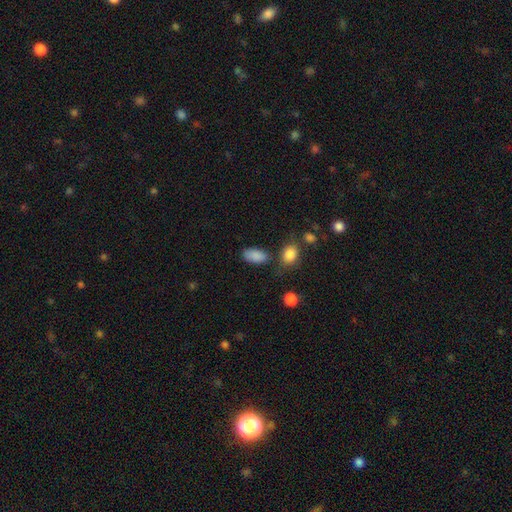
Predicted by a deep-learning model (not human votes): Smooth or featured: smooth — 88% (star or artifact — 8%)
How rounded: in between — 93% (round — 4%)
Merging: none — 73% (minor disturbance — 16%)